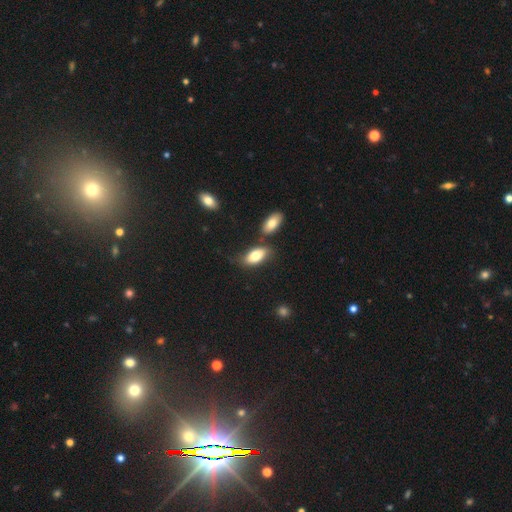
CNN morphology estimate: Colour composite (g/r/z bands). It shows a smooth galaxy with no disk features (77%) that is in between round and cigar-shaped (91%). Merging: none (62%).